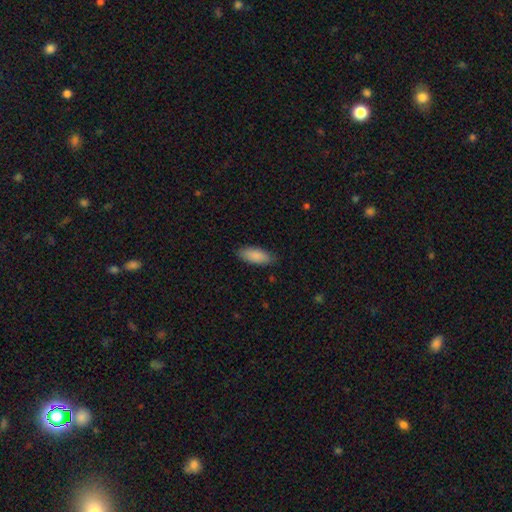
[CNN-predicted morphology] smooth-or-featured: smooth: 89% | featured or disk: 6% | star or artifact: 6%
  how-rounded: in between: 80% | cigar-shaped: 18% | round: 2%
  merging: none: 85% | minor disturbance: 12% | major disturbance: 2% | merger: 1%